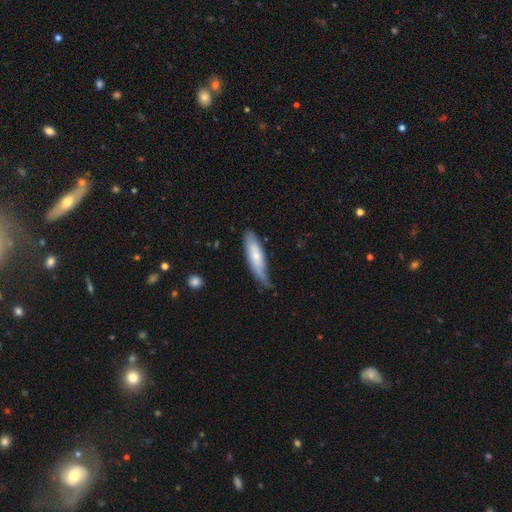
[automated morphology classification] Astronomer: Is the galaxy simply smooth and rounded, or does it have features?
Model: smooth — 60%.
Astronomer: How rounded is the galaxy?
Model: cigar-shaped — 58% (runner-up: in between, 40%).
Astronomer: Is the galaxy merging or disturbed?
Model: none — 50% (runner-up: minor disturbance, 37%).